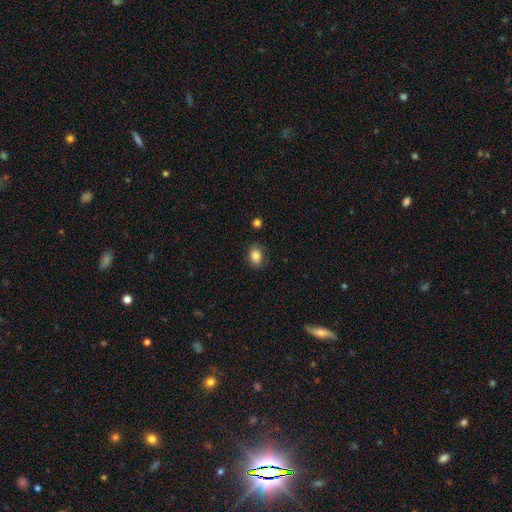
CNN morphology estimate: smooth-or-featured: smooth: 85% | star or artifact: 9% | featured or disk: 6%
  how-rounded: in between: 68% | round: 31% | cigar-shaped: 1%
  merging: none: 83% | minor disturbance: 12% | major disturbance: 3% | merger: 2%